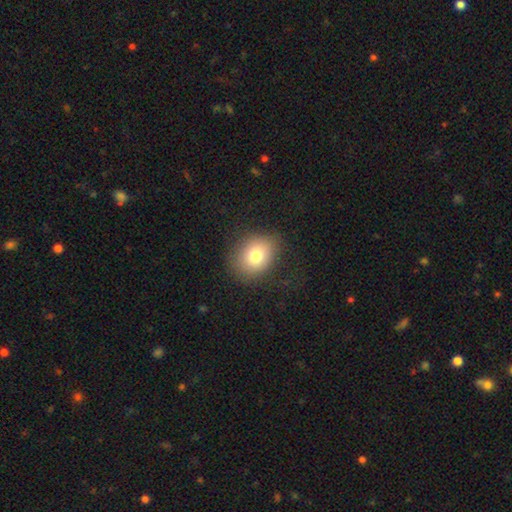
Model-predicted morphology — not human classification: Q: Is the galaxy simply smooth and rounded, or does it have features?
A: smooth — 78%.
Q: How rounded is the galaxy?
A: round — 50%.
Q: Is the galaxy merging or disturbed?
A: none — 78%.